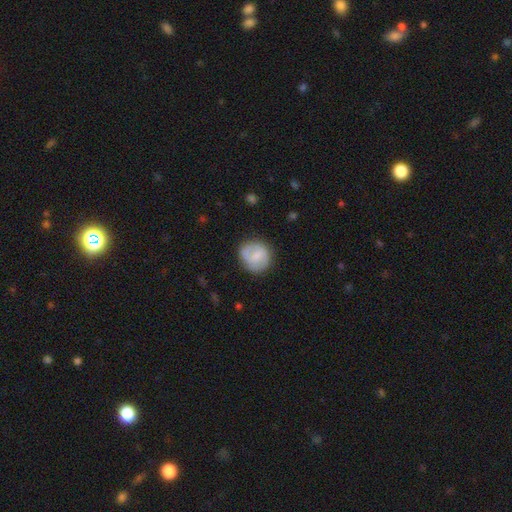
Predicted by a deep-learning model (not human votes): The model was most divided on "smooth or featured": smooth: 52%, featured or disk: 41%, star or artifact: 6%. More confident: how rounded — round (87%); merging — none (79%).